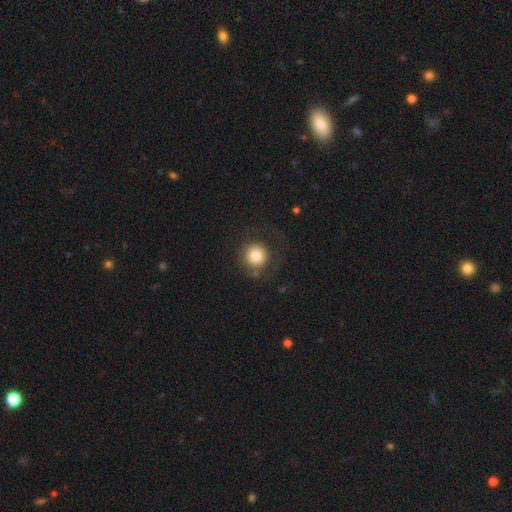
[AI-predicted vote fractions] Smooth or featured: smooth — 80% (featured or disk — 10%)
How rounded: round — 94% (in between — 5%)
Merging: none — 73% (minor disturbance — 13%)